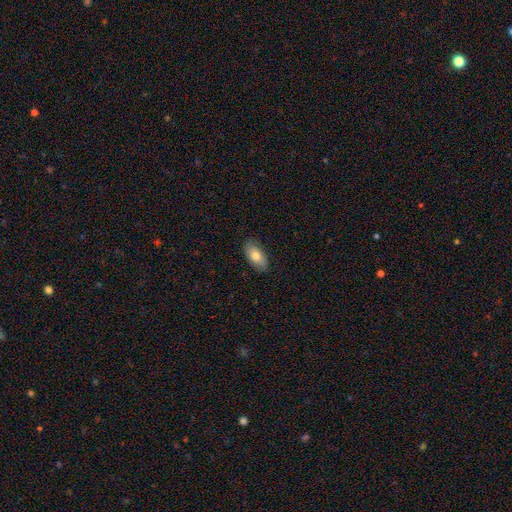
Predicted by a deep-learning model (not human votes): Smooth or featured? smooth (77%)
How rounded? in between (93%)
Merging? none (84%)